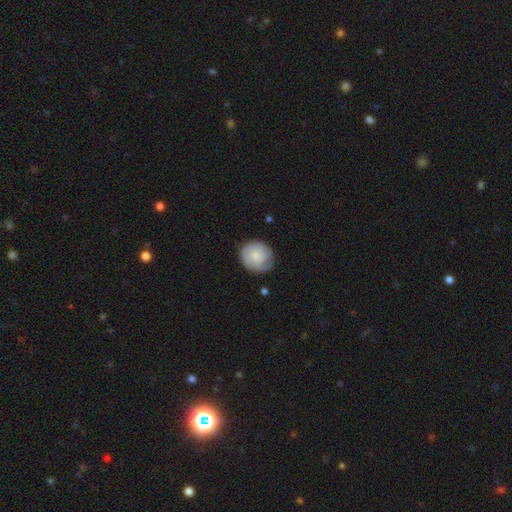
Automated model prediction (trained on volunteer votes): A smooth galaxy with no disk features (65%) that is round (81%). Merging: none (68%).